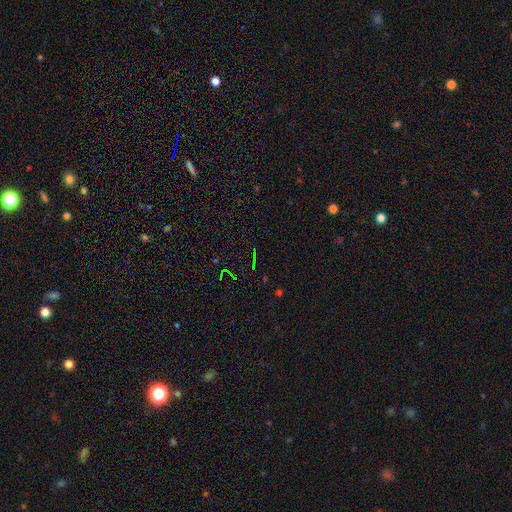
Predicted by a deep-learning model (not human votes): Smooth or featured? star or artifact (75%)